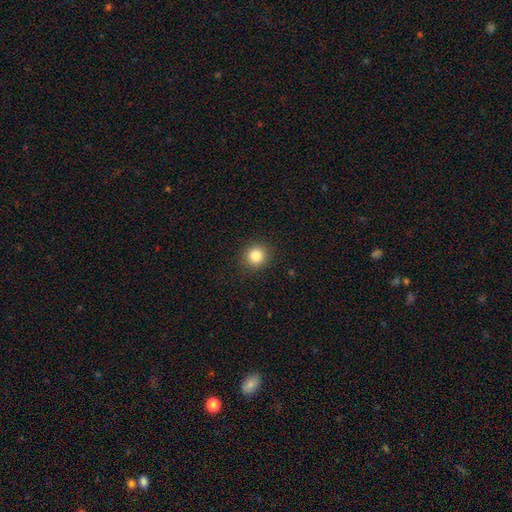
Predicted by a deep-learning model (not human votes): smooth_or_featured: smooth (p=0.84) [alt: star or artifact p=0.11]
how_rounded: round (p=0.91) [alt: in between p=0.08]
merging: none (p=0.92) [alt: minor disturbance p=0.06]